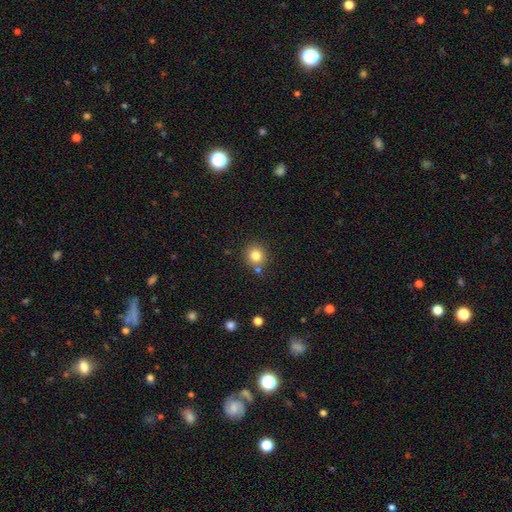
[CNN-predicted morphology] smooth 82%, star or artifact 11%, featured or disk 7%. Down the decision tree: how rounded — round (88%); merging — none (77%).